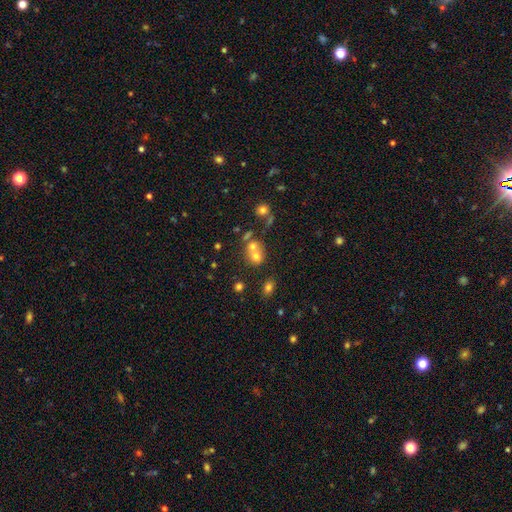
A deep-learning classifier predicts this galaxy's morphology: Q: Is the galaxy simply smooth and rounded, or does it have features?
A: smooth — 62%.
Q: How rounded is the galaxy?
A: round — 70%.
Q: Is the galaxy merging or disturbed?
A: merger — 55%.